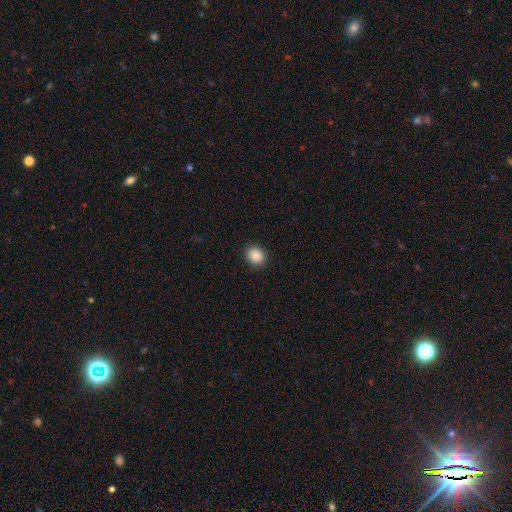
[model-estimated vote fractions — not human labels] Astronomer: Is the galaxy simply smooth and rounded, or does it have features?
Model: smooth — 89%.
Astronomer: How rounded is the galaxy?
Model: round — 57% (runner-up: in between, 43%).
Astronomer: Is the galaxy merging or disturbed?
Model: none — 90%.